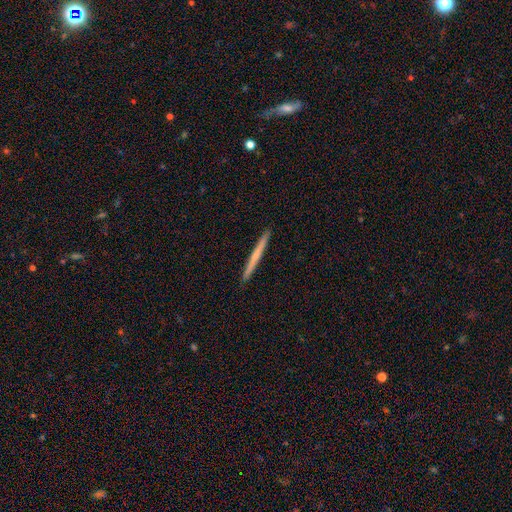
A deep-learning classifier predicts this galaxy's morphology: type=smooth (53%); roundness=cigar-shaped (97%); merging=none (94%).